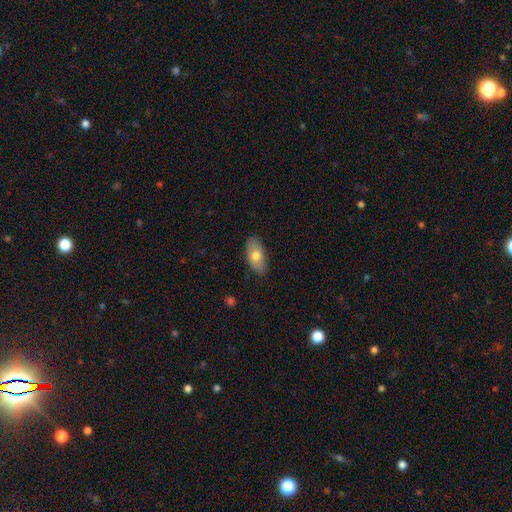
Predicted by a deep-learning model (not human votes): This is likely a smooth galaxy (70%). How rounded: clearly in between (91%). Merging: clearly none (83%).